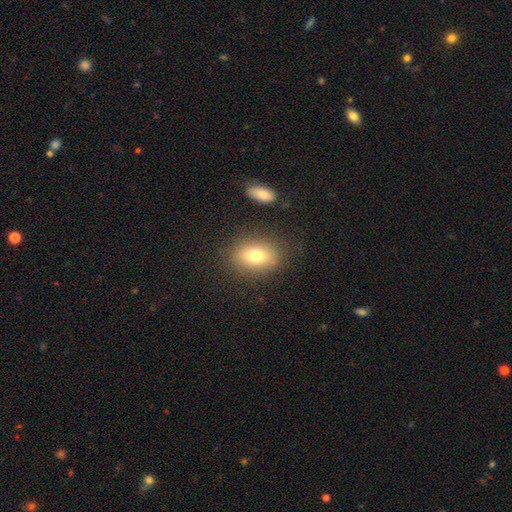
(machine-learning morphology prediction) The model was most divided on "how rounded": in between: 78%, round: 19%, cigar-shaped: 3%. More confident: merging — none (82%); smooth or featured — smooth (75%).